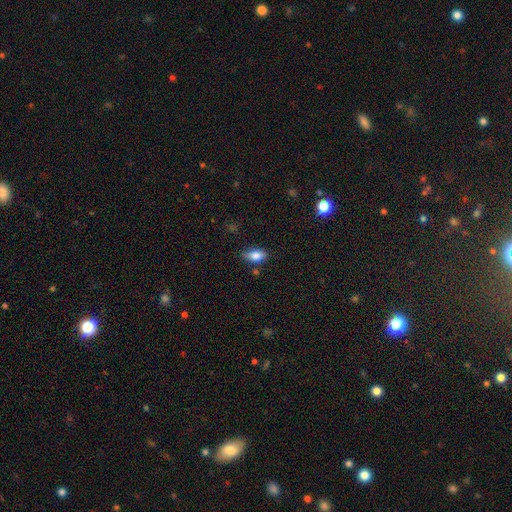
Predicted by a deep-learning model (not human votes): A smooth galaxy with no disk features (82%) that is in between round and cigar-shaped (87%). Merging: none (70%).